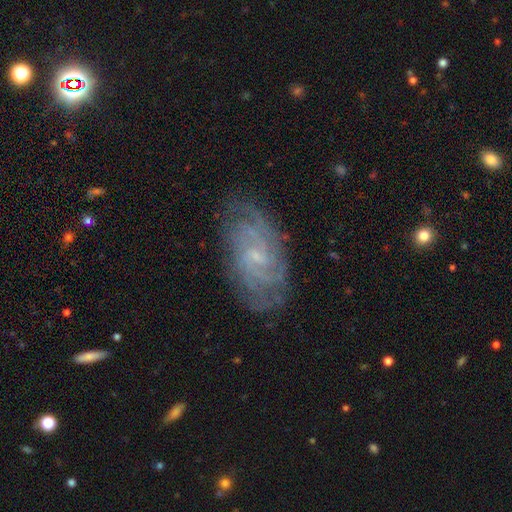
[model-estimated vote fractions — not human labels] A featured or disk galaxy (81%) with no bar (46%), tight (63%) spiral arms (95%) and a small central bulge (75%).

Vote fractions:
- Smooth or featured? featured or disk: 81% / smooth: 11% / star or artifact: 8%
- Edge-on disk? no: 95% / yes: 5%
- Bar? no: 46% / weak: 45% / strong: 9%
- Spiral arms? yes: 95% / no: 5%
- Spiral winding? tight: 63% / medium: 30% / loose: 7%
- Spiral arm count? can't tell: 38% / 2: 18% / 4: 15% / 3: 14% / more than 4: 8% / 1: 7%
- Bulge size? small: 75% / moderate: 15% / none: 8% / large: 1% / dominant: 1%
- Merging? none: 79% / minor disturbance: 15% / major disturbance: 5% / merger: 1%